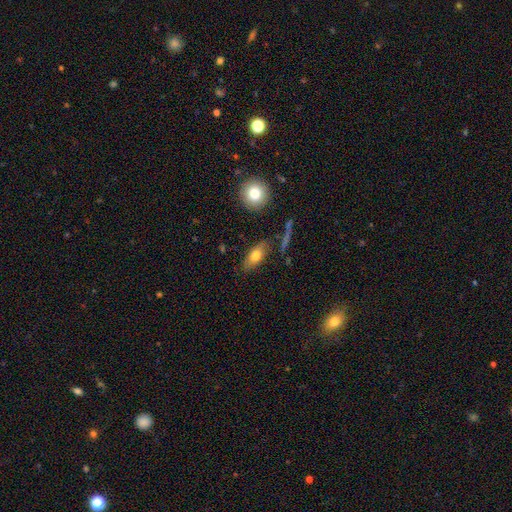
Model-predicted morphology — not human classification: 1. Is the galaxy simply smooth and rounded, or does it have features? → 73% smooth, 19% featured or disk, 8% star or artifact.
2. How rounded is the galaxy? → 81% in between, 13% cigar-shaped, 6% round.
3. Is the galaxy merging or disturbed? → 77% none, 15% minor disturbance, 4% merger, 4% major disturbance.